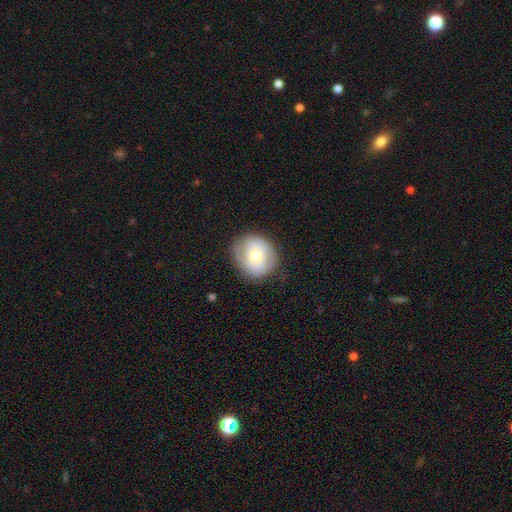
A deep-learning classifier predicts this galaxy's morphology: Smooth or featured?
  - smooth: 48% *
  - featured or disk: 44%
  - star or artifact: 7%
Merging?
  - none: 75% *
  - minor disturbance: 18%
  - major disturbance: 6%
  - merger: 1%